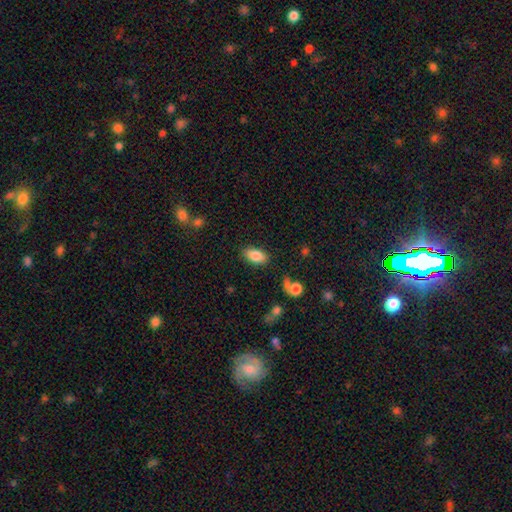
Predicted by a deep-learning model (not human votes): Q: Smooth or featured?
A: smooth (84%); runner-up: star or artifact (8%)
Q: How rounded?
A: in between (92%); runner-up: round (5%)
Q: Merging?
A: none (84%); runner-up: minor disturbance (11%)